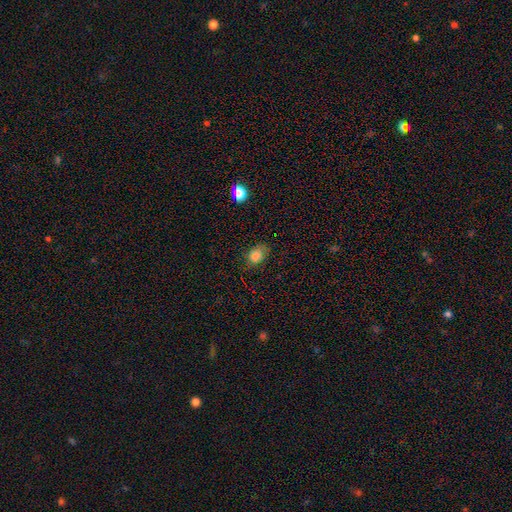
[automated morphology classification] A smooth galaxy with no disk features (83%) that is in between round and cigar-shaped (70%).

Vote fractions:
- Smooth or featured? smooth: 83% / star or artifact: 11% / featured or disk: 5%
- How rounded? in between: 70% / round: 29% / cigar-shaped: 1%
- Merging? none: 73% / minor disturbance: 21% / major disturbance: 5% / merger: 1%